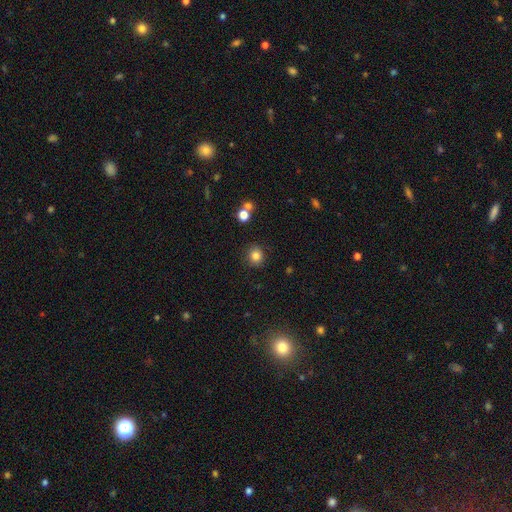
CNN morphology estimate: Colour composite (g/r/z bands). It shows a smooth galaxy with no disk features (83%) that is round (84%). Merging: none (88%).